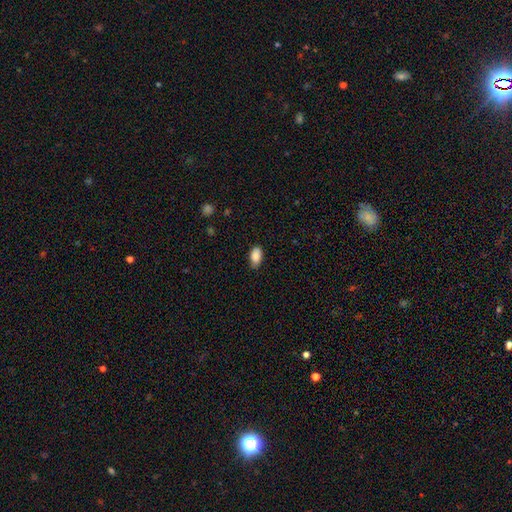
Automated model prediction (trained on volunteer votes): Smooth or featured: smooth — 88% (star or artifact — 7%)
How rounded: in between — 93% (round — 4%)
Merging: none — 77% (minor disturbance — 19%)